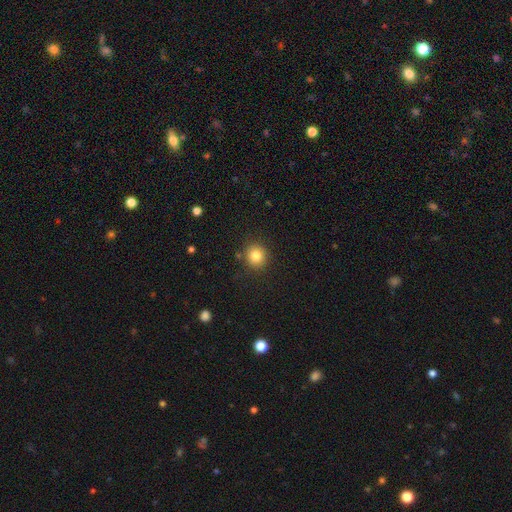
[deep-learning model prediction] Q: Smooth or featured?
A: smooth (82%); runner-up: star or artifact (12%)
Q: How rounded?
A: round (90%); runner-up: in between (9%)
Q: Merging?
A: none (89%); runner-up: minor disturbance (7%)